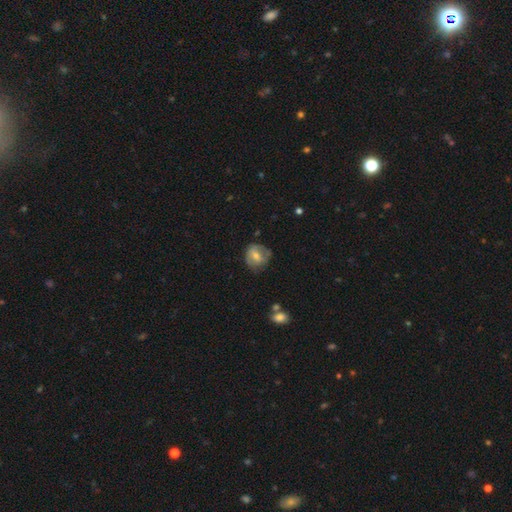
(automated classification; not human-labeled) Smooth or featured?
  - smooth: 54% *
  - featured or disk: 38%
  - star or artifact: 8%
How rounded?
  - round: 71% *
  - in between: 28%
  - cigar-shaped: 1%
Merging?
  - none: 59% *
  - minor disturbance: 27%
  - major disturbance: 11%
  - merger: 2%